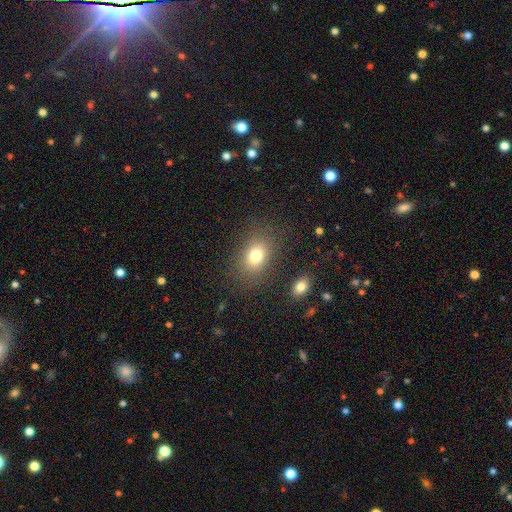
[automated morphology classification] type=smooth (77%); roundness=in between (69%); merging=none (81%).